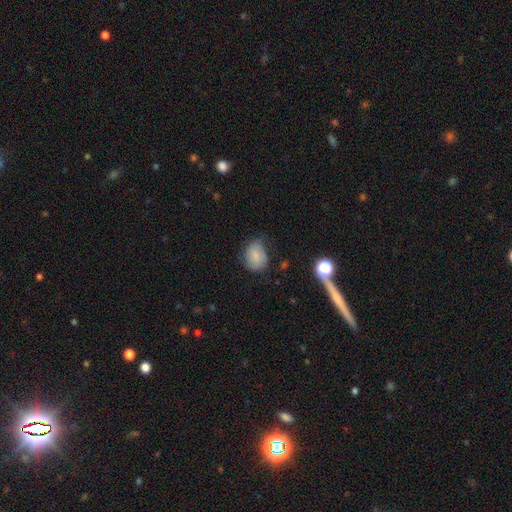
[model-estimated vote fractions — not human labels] Smooth or featured?
  - smooth: 78% *
  - featured or disk: 13%
  - star or artifact: 9%
How rounded?
  - in between: 51% *
  - round: 48%
  - cigar-shaped: 1%
Merging?
  - none: 53% *
  - minor disturbance: 35%
  - major disturbance: 10%
  - merger: 2%